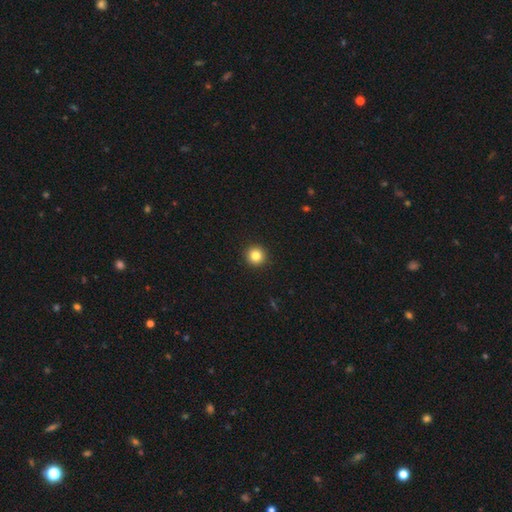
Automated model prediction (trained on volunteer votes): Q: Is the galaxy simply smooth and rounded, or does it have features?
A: smooth — 84%.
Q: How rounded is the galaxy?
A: round — 95%.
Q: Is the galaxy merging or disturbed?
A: none — 93%.